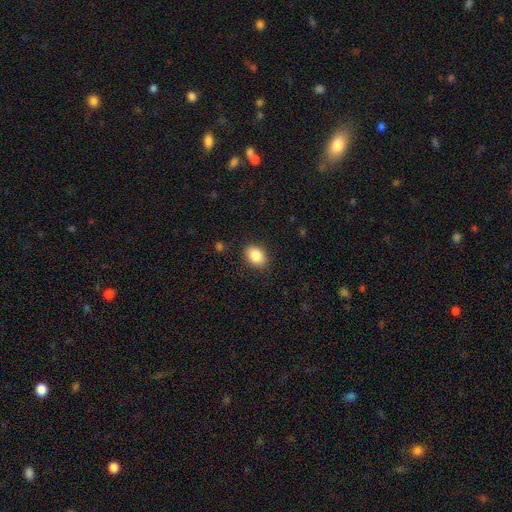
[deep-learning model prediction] Smooth or featured? Predicted: smooth (p=0.87). How rounded? Predicted: in between (p=0.72). Merging? Predicted: none (p=0.86).